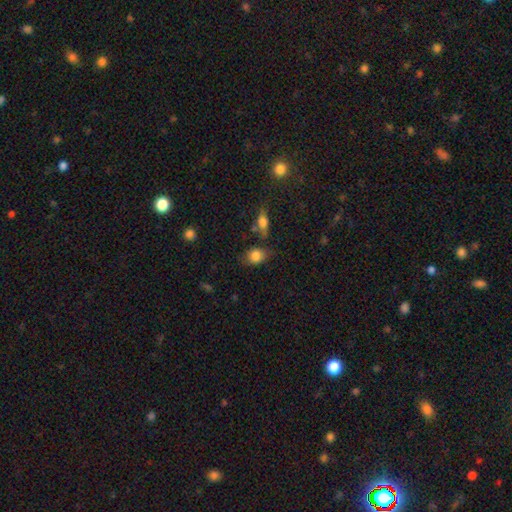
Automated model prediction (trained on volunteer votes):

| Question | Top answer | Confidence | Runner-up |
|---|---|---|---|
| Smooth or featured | smooth | 81% | featured or disk (10%) |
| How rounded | in between | 62% | round (36%) |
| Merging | none | 65% | minor disturbance (22%) |